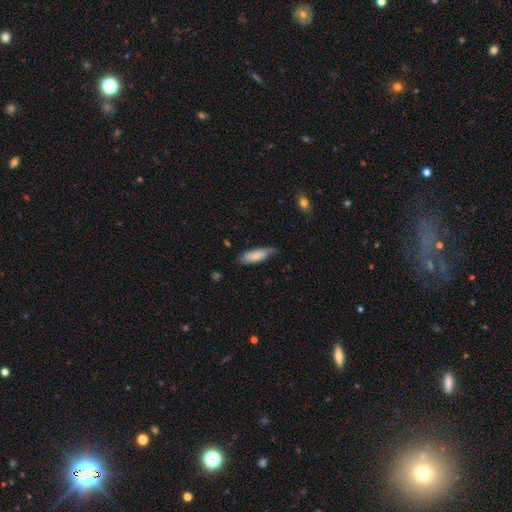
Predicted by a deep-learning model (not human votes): The model was most divided on "how rounded": in between: 61%, cigar-shaped: 37%, round: 2%. More confident: smooth or featured — smooth (74%); merging — none (59%).